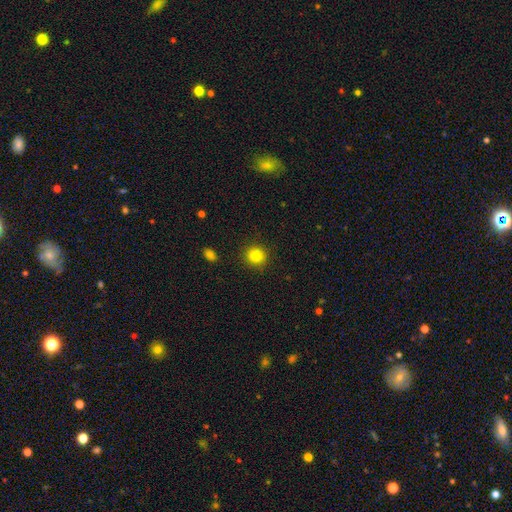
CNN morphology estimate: This is clearly a smooth galaxy (85%). How rounded: clearly round (90%). Merging: clearly none (90%).